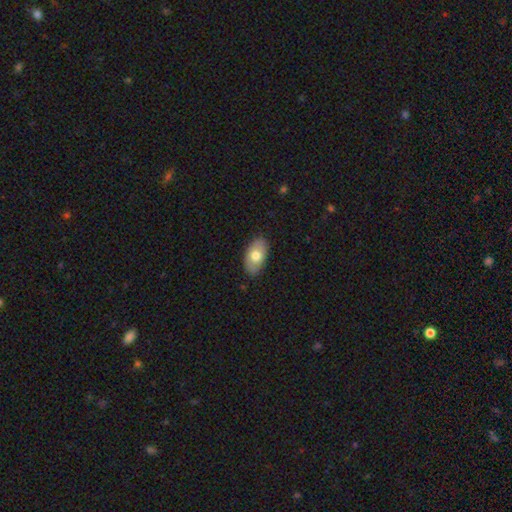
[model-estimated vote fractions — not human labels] smooth-or-featured: smooth: 71% | featured or disk: 23% | star or artifact: 6%
  how-rounded: in between: 94% | round: 4% | cigar-shaped: 2%
  merging: none: 84% | minor disturbance: 13% | major disturbance: 2% | merger: 1%